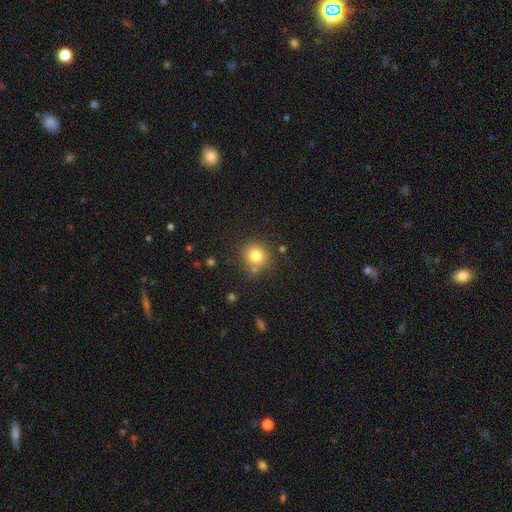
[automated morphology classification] This is likely a smooth galaxy (79%). How rounded: clearly round (89%). Merging: likely none (74%).